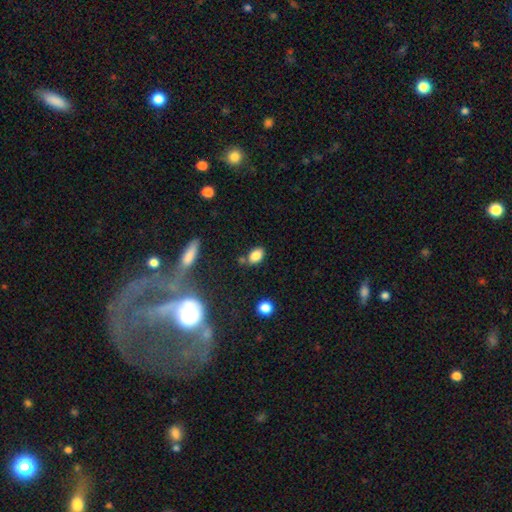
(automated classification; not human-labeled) Overall: smooth (84%). How rounded: in between (85%). Merging: none (69%).